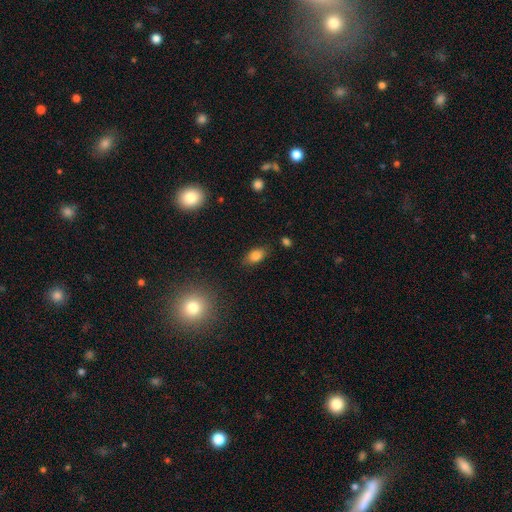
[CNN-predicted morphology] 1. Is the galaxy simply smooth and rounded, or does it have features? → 82% smooth, 10% star or artifact, 8% featured or disk.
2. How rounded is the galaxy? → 87% in between, 11% round, 3% cigar-shaped.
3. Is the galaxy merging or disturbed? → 83% none, 13% minor disturbance, 3% major disturbance, 2% merger.